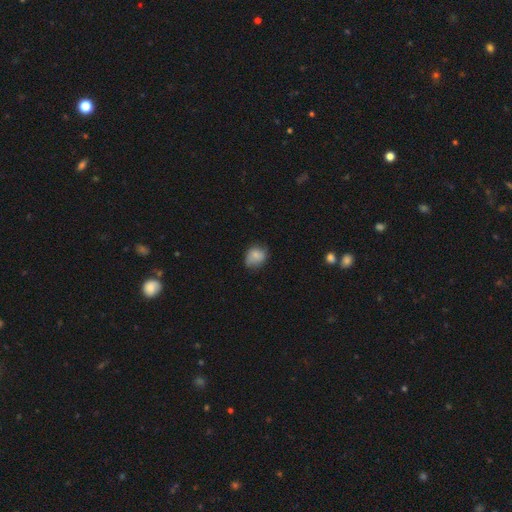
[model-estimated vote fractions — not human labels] Morphology: type=smooth (79%); roundness=round (54%); merging=none (59%).